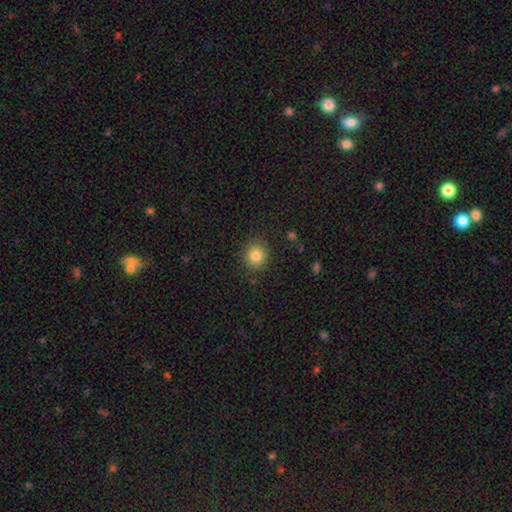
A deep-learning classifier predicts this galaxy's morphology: smooth 84%, star or artifact 10%, featured or disk 6%. Down the decision tree: how rounded — round (88%); merging — none (88%).